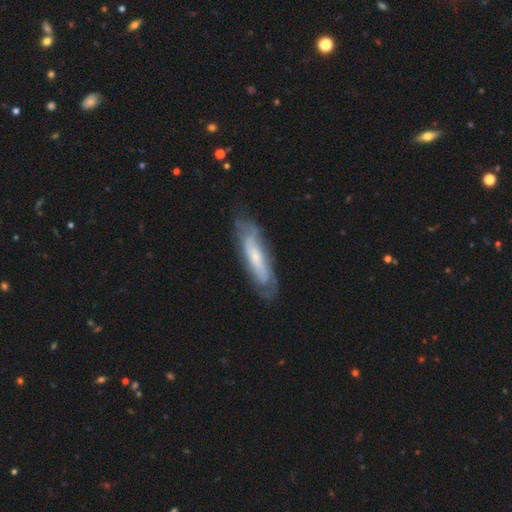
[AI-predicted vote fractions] A featured or disk galaxy (61%).

Vote fractions:
- Smooth or featured? featured or disk: 61% / smooth: 31% / star or artifact: 8%
- Edge-on disk? no: 60% / yes: 40%
- Merging? none: 79% / minor disturbance: 16% / major disturbance: 4% / merger: 1%